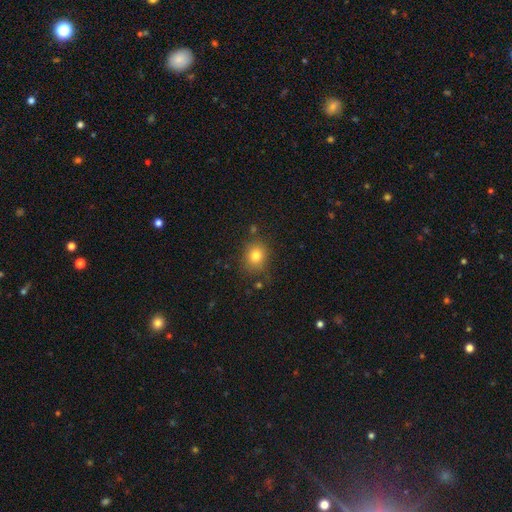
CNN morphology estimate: Smooth or featured?
  - smooth: 80% *
  - star or artifact: 12%
  - featured or disk: 8%
How rounded?
  - round: 72% *
  - in between: 27%
  - cigar-shaped: 1%
Merging?
  - none: 80% *
  - minor disturbance: 13%
  - major disturbance: 4%
  - merger: 3%